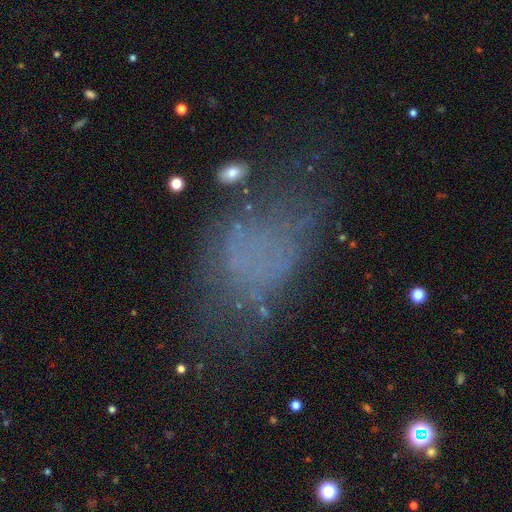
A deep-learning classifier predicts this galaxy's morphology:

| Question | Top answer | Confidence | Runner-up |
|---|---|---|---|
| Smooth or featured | smooth | 44% | featured or disk (33%) |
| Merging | none | 42% | major disturbance (30%) |